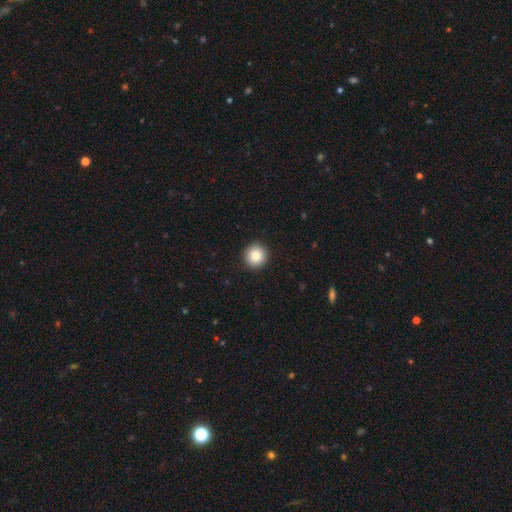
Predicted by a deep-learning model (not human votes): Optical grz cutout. It shows a smooth galaxy with no disk features (86%) that is round (93%). Merging: none (93%).